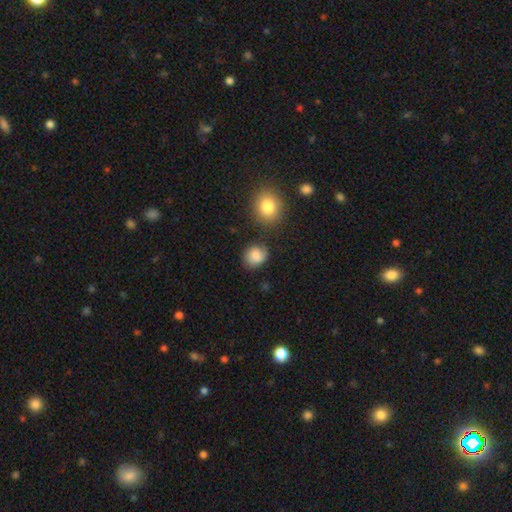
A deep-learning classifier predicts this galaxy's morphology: smooth-or-featured: smooth: 71% | featured or disk: 20% | star or artifact: 9%
  how-rounded: round: 71% | in between: 28% | cigar-shaped: 1%
  merging: none: 69% | minor disturbance: 20% | major disturbance: 7% | merger: 5%